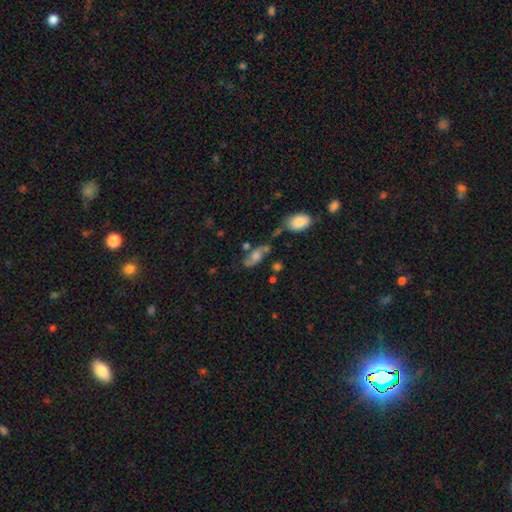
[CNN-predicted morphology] The model was most divided on "smooth or featured": featured or disk: 52%, smooth: 35%, star or artifact: 13%. Remaining: edge-on disk — no (89%); merging — none (49%).